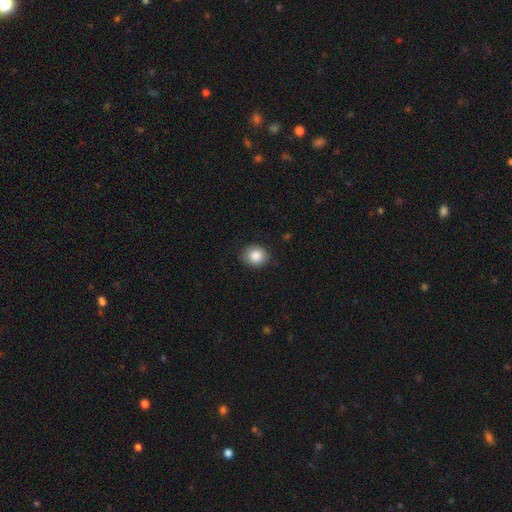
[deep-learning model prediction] A smooth galaxy with no disk features (86%) that is round (68%). Merging: none (85%).